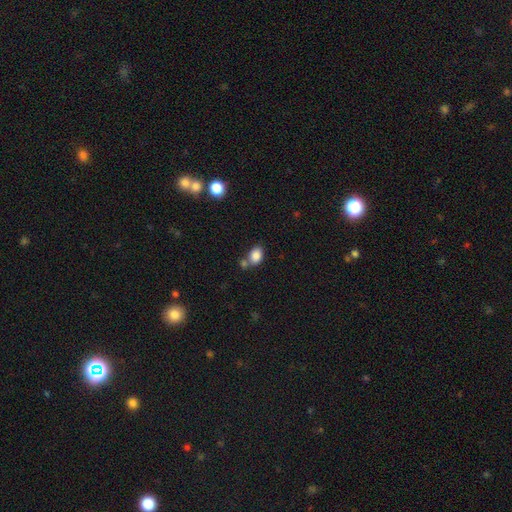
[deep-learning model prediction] Overall: smooth (85%). How rounded: in between (78%). Merging: none (54%; merger 28%).